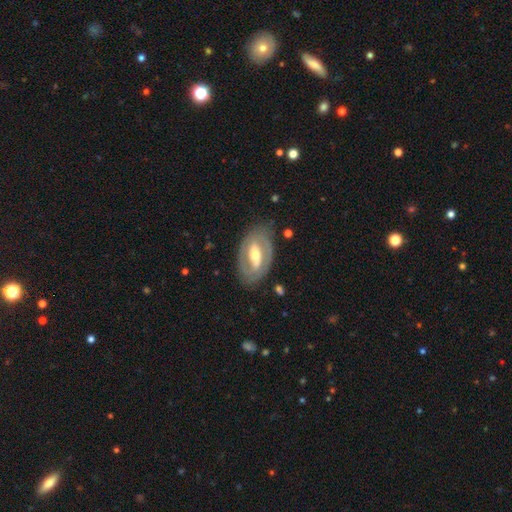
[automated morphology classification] type=featured or disk (73%); edge-on=no (92%); bar=strong (50%); spiral arms=yes (52%); bulge=moderate (64%); merging=none (79%).